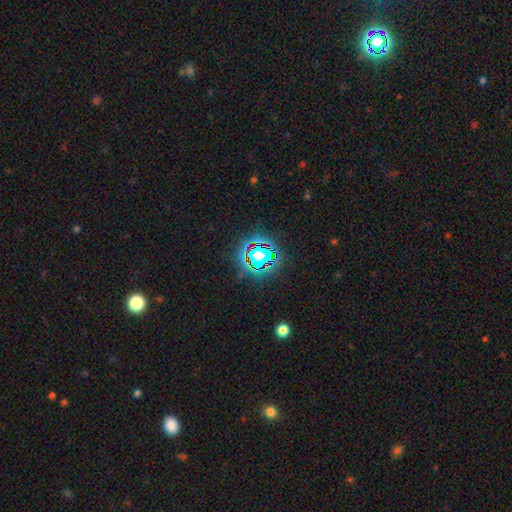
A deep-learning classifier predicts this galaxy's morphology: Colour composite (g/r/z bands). It shows a star or artifact, not a galaxy (65%).